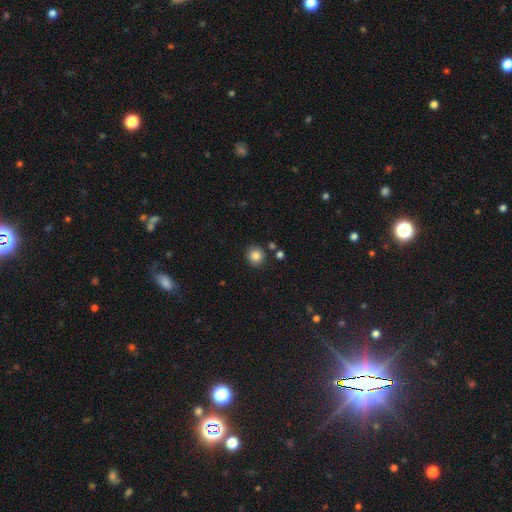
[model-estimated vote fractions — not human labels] Smooth or featured? Predicted: smooth (p=0.85). How rounded? Predicted: round (p=0.90). Merging? Predicted: none (p=0.85).